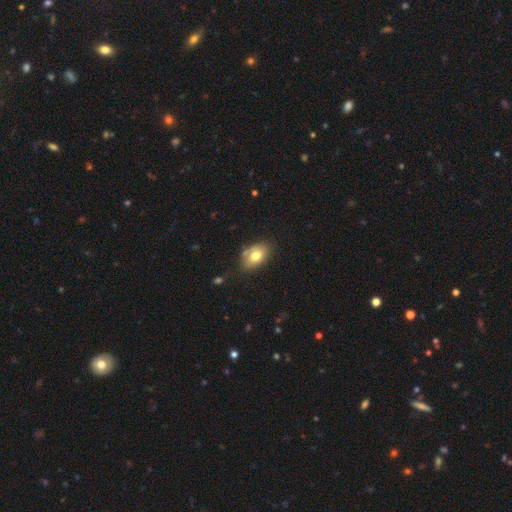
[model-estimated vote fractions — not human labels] smooth_or_featured: smooth (p=0.76) [alt: featured or disk p=0.16]
how_rounded: in between (p=0.86) [alt: round p=0.13]
merging: none (p=0.72) [alt: minor disturbance p=0.19]